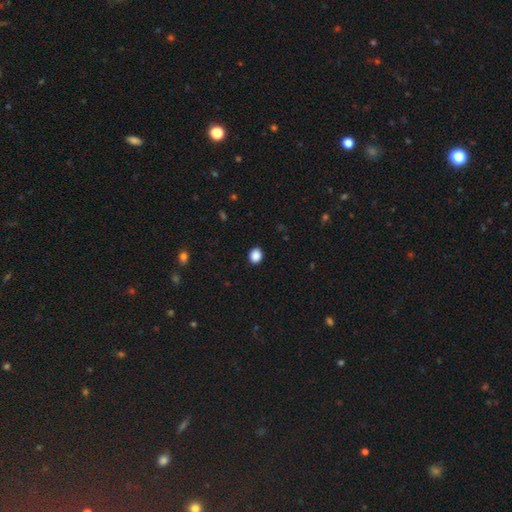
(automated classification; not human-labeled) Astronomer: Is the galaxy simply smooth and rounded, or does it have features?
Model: smooth — 88%.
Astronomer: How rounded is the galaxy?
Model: round — 63%.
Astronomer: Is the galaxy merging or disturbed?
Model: none — 91%.